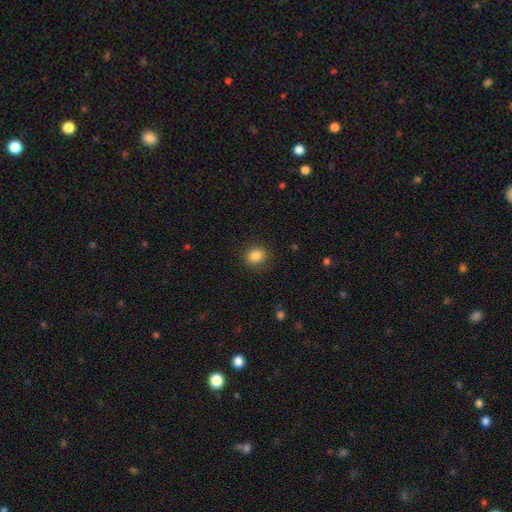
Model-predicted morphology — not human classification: Q: Smooth or featured?
A: smooth (85%); runner-up: star or artifact (10%)
Q: How rounded?
A: round (53%); runner-up: in between (46%)
Q: Merging?
A: none (84%); runner-up: minor disturbance (11%)